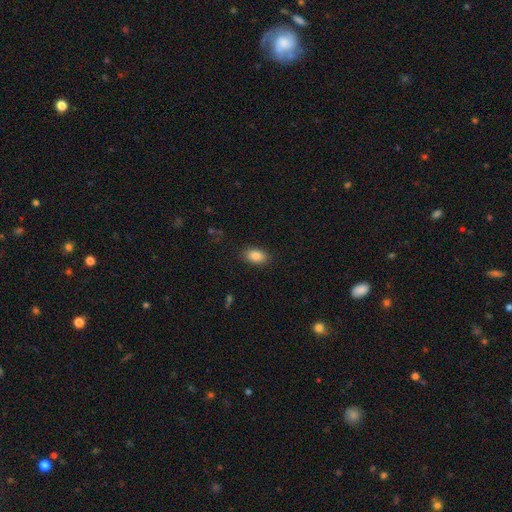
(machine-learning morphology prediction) Overall: smooth (86%). How rounded: in between (89%). Merging: none (87%).